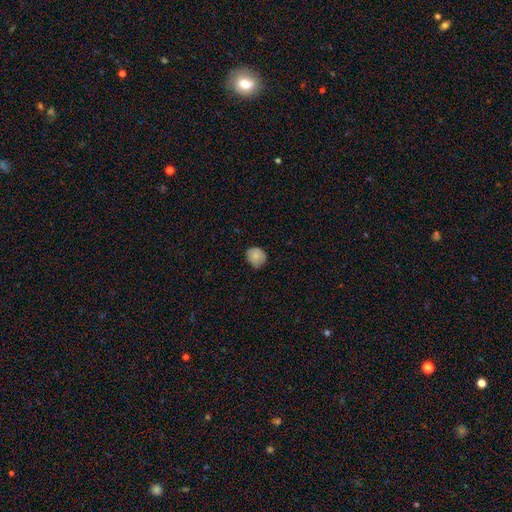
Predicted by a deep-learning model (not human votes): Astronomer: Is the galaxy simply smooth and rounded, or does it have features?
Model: smooth — 80%.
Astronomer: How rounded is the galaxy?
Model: round — 76%.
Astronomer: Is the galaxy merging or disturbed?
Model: none — 74%.